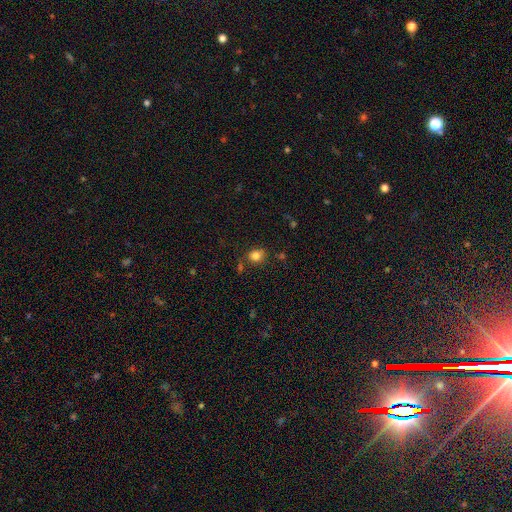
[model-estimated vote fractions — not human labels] smooth_or_featured: smooth (p=0.82) [alt: star or artifact p=0.12]
how_rounded: round (p=0.70) [alt: in between p=0.29]
merging: none (p=0.75) [alt: minor disturbance p=0.14]